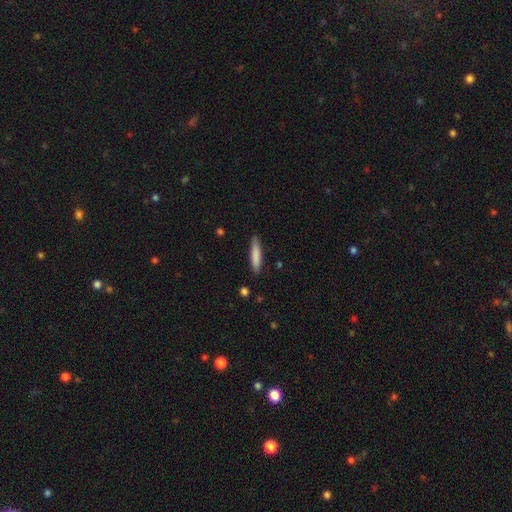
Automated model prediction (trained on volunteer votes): A smooth galaxy with no disk features (82%) that is cigar-shaped (84%). Merging: none (86%).